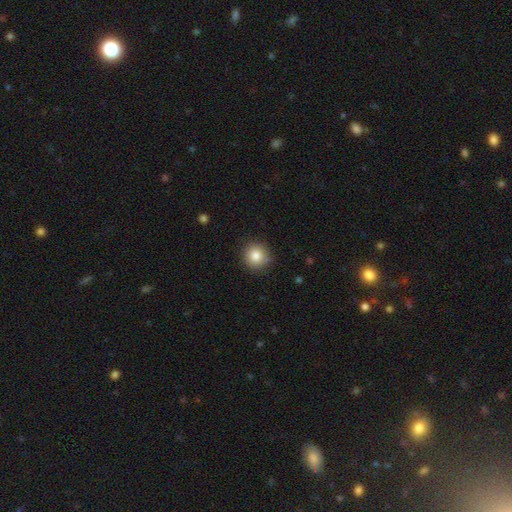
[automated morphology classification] Q: Smooth or featured?
A: smooth (83%); runner-up: star or artifact (10%)
Q: How rounded?
A: round (92%); runner-up: in between (7%)
Q: Merging?
A: none (85%); runner-up: minor disturbance (11%)